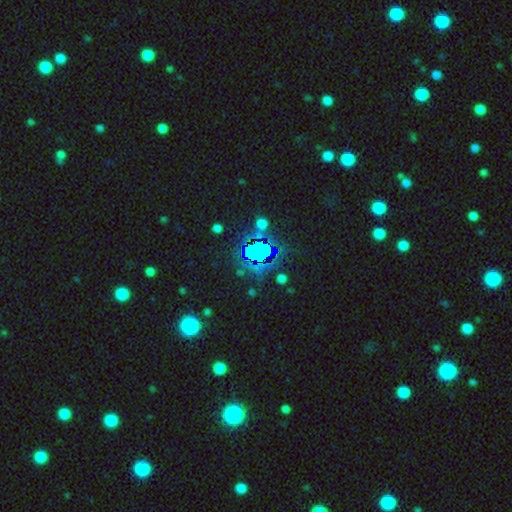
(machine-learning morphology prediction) Smooth or featured? star or artifact (76%)